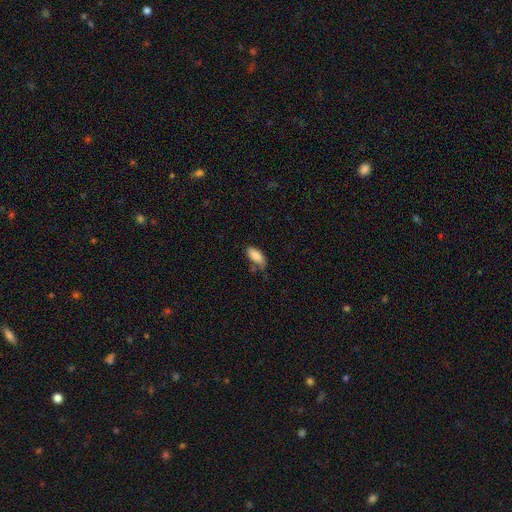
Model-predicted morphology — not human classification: Smooth or featured? smooth (83%)
How rounded? in between (89%)
Merging? none (55%)